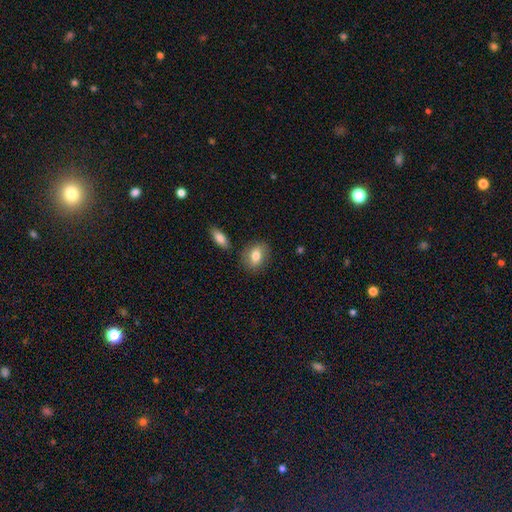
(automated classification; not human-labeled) smooth_or_featured: smooth (p=0.79) [alt: featured or disk p=0.14]
how_rounded: in between (p=0.73) [alt: round p=0.25]
merging: none (p=0.80) [alt: minor disturbance p=0.12]